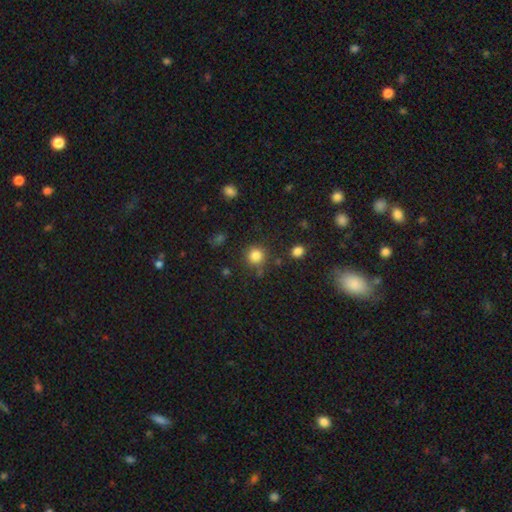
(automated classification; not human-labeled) smooth-or-featured: smooth: 83% | star or artifact: 12% | featured or disk: 5%
  how-rounded: round: 92% | in between: 7% | cigar-shaped: 1%
  merging: none: 79% | minor disturbance: 11% | merger: 5% | major disturbance: 4%